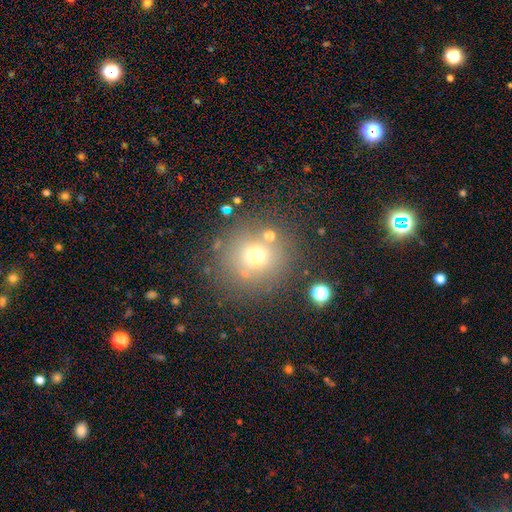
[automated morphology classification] smooth 65%, star or artifact 21%, featured or disk 13%. Down the decision tree: how rounded — round (91%); merging — none (79%).